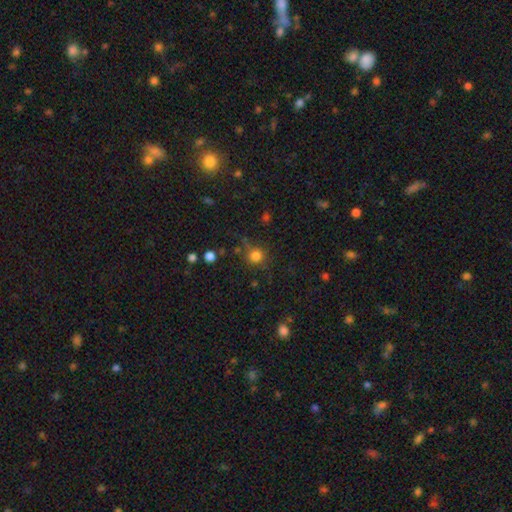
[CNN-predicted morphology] smooth 80%, star or artifact 15%, featured or disk 5%. Down the decision tree: how rounded — round (91%); merging — none (75%).